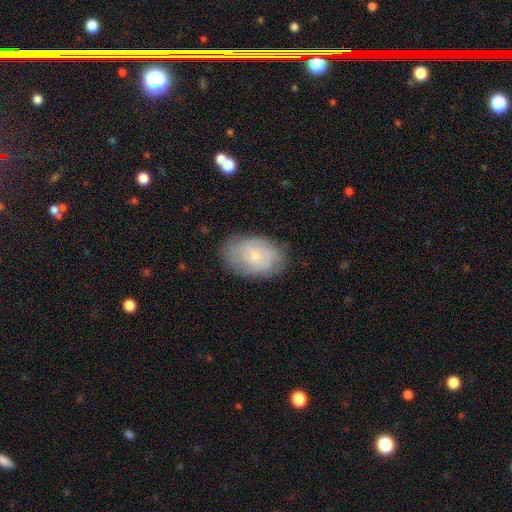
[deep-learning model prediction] Morphology: type=smooth (46%, tied with featured or disk); merging=none (76%).